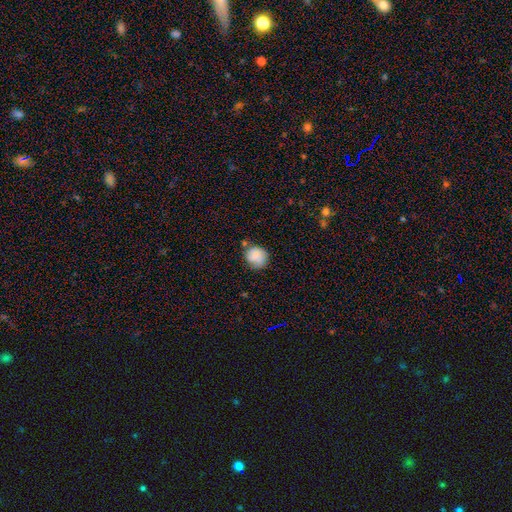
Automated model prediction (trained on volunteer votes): The model was most divided on "merging": none: 62%, minor disturbance: 25%, major disturbance: 7%, merger: 7%. More confident: smooth or featured — smooth (80%); how rounded — round (78%).